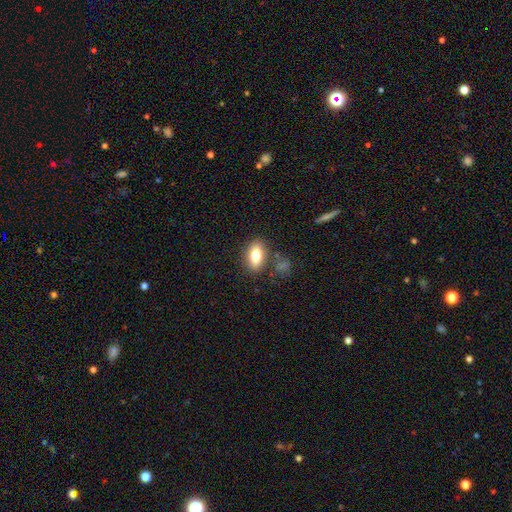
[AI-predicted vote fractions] Overall: smooth (77%). How rounded: in between (86%). Merging: none (79%).